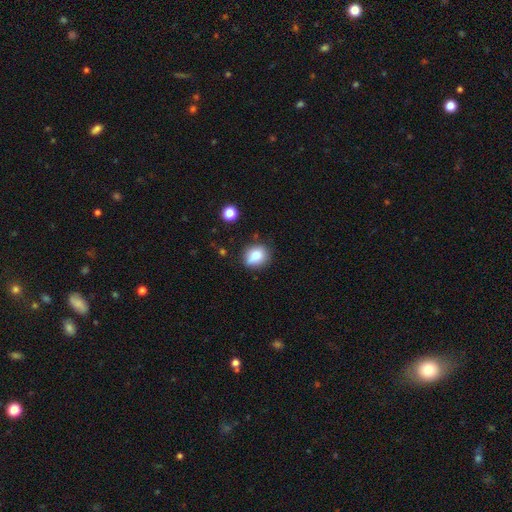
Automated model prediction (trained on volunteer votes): Smooth or featured? Predicted: smooth (p=0.81). How rounded? Predicted: round (p=0.59). Merging? Predicted: none (p=0.74).